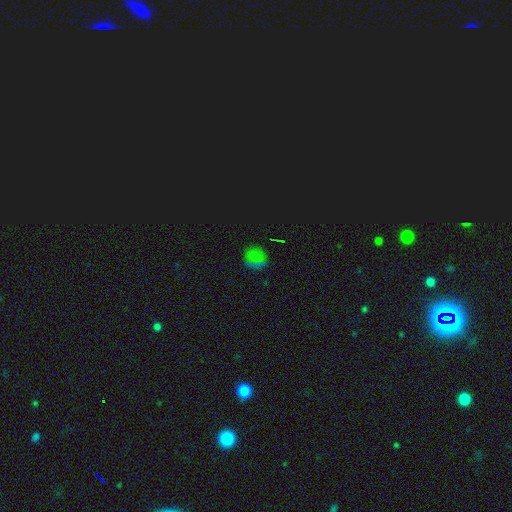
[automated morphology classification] A star or artifact, not a galaxy (54%).